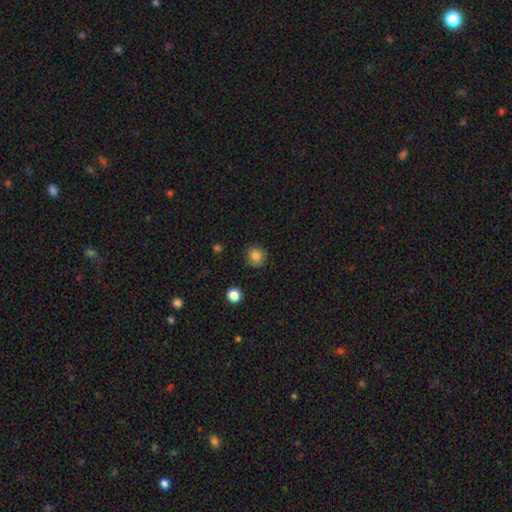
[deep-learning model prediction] Smooth or featured: smooth — 83% (star or artifact — 11%)
How rounded: round — 92% (in between — 8%)
Merging: none — 86% (minor disturbance — 10%)